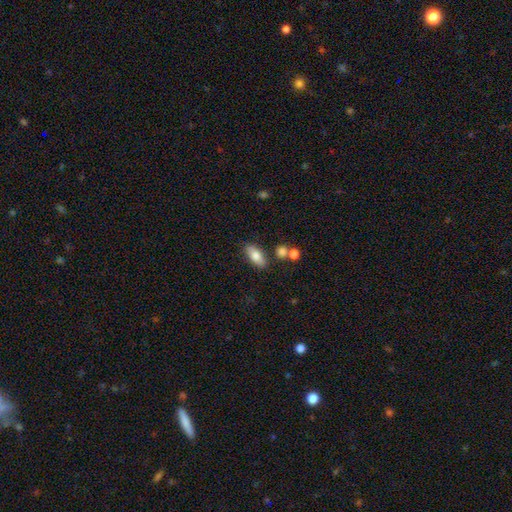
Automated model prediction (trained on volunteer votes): smooth_or_featured: smooth (p=0.76) [alt: featured or disk p=0.17]
how_rounded: in between (p=0.83) [alt: cigar-shaped p=0.13]
merging: none (p=0.78) [alt: minor disturbance p=0.12]